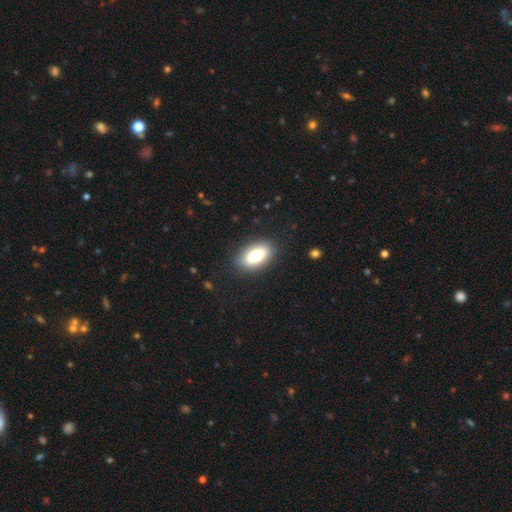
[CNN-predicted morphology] Q: Smooth or featured?
A: smooth (80%); runner-up: featured or disk (13%)
Q: How rounded?
A: in between (92%); runner-up: cigar-shaped (4%)
Q: Merging?
A: none (87%); runner-up: minor disturbance (9%)